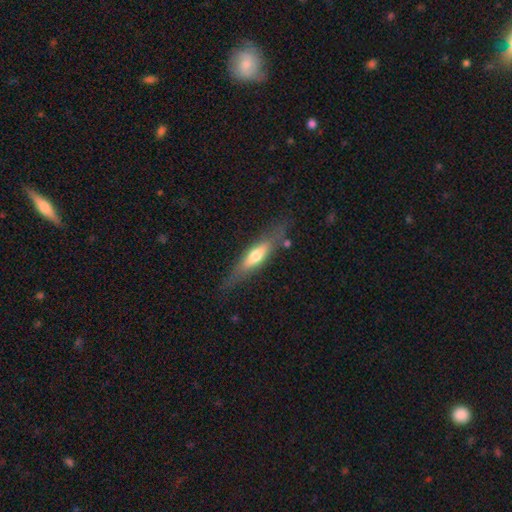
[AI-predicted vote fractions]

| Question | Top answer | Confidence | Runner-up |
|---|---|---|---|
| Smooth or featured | featured or disk | 49% | smooth (45%) |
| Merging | none | 74% | minor disturbance (17%) |